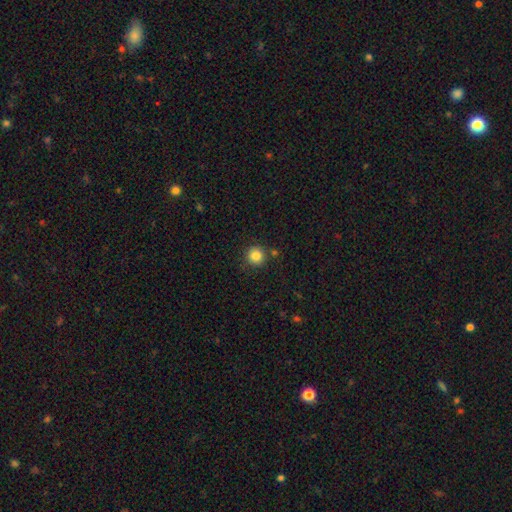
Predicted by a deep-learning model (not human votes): smooth 84%, star or artifact 11%, featured or disk 5%. Down the decision tree: how rounded — round (94%); merging — none (83%).